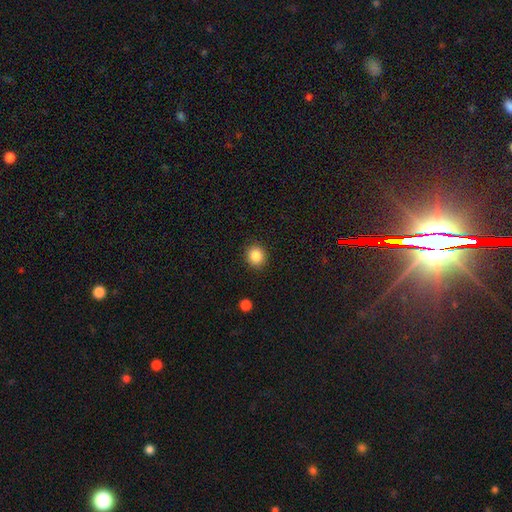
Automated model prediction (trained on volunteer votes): Morphology: type=smooth (87%); roundness=round (85%); merging=none (91%).